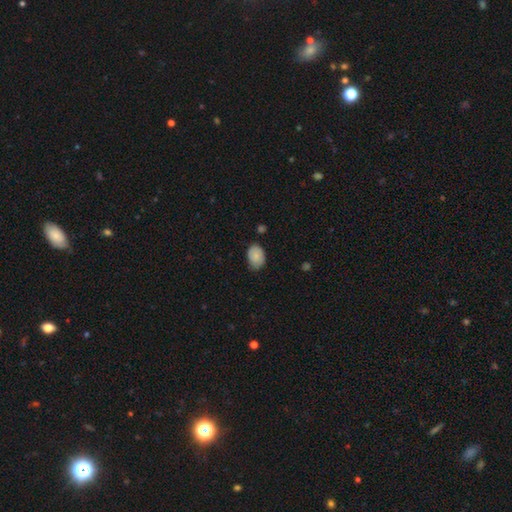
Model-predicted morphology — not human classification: smooth_or_featured: smooth (p=0.79) [alt: featured or disk p=0.13]
how_rounded: in between (p=0.79) [alt: round p=0.20]
merging: none (p=0.66) [alt: minor disturbance p=0.28]